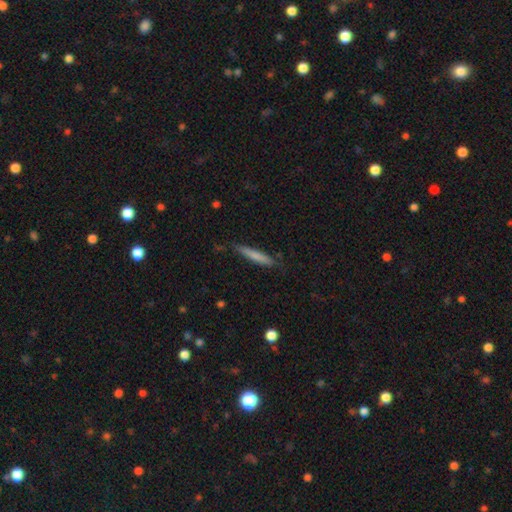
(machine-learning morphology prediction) smooth 71%, featured or disk 23%, star or artifact 6%. Down the decision tree: how rounded — cigar-shaped (93%); merging — none (79%).